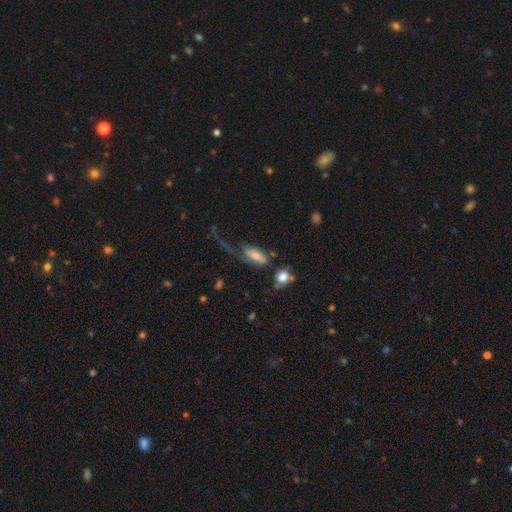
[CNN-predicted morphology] A smooth galaxy with no disk features (60%) that is in between round and cigar-shaped (78%).

Vote fractions:
- Smooth or featured? smooth: 60% / featured or disk: 29% / star or artifact: 10%
- How rounded? in between: 78% / cigar-shaped: 17% / round: 5%
- Merging? major disturbance: 36% / none: 33% / minor disturbance: 20% / merger: 11%